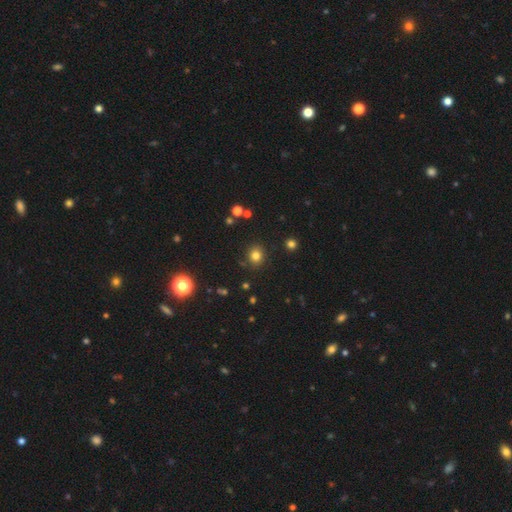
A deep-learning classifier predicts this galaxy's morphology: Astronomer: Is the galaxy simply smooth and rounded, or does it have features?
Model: smooth — 79%.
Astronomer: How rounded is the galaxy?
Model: round — 80%.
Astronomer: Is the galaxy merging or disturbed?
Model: none — 87%.